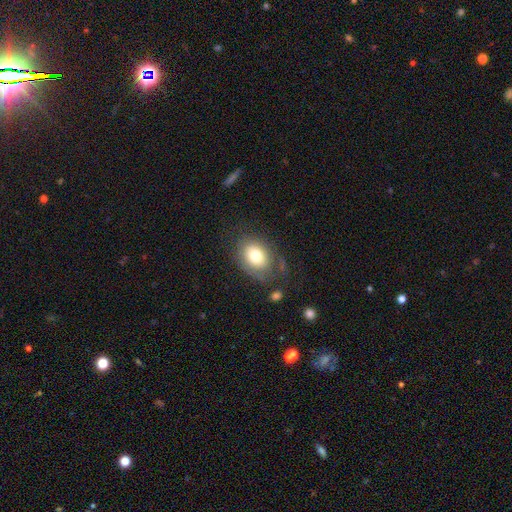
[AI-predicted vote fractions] The model was most divided on "merging": none: 59%, minor disturbance: 23%, major disturbance: 14%, merger: 4%. More confident: smooth or featured — smooth (72%); how rounded — in between (71%).